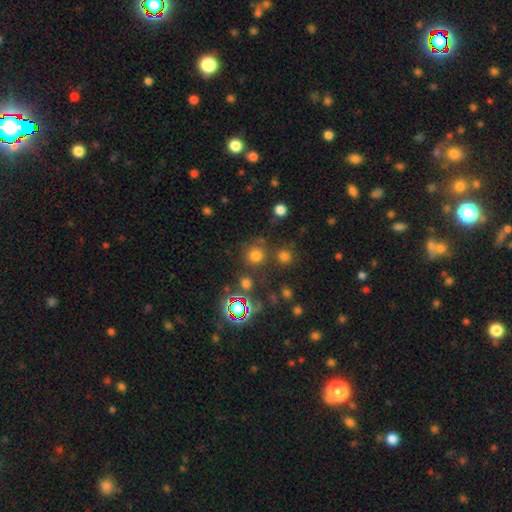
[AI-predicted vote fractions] smooth_or_featured: smooth (p=0.70) [alt: star or artifact p=0.23]
how_rounded: round (p=0.92) [alt: in between p=0.07]
merging: none (p=0.74) [alt: merger p=0.11]